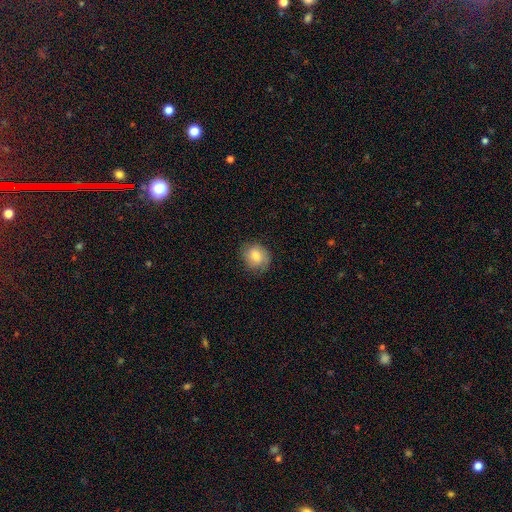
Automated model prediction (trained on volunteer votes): The model was most divided on "how rounded": round: 68%, in between: 31%, cigar-shaped: 1%. More confident: smooth or featured — smooth (80%); merging — none (78%).